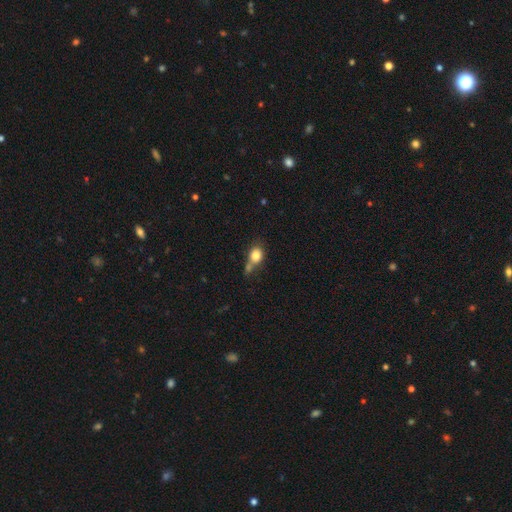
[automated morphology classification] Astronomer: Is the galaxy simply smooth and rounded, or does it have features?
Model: smooth — 80%.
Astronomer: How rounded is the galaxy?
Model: round — 51% (runner-up: in between, 47%).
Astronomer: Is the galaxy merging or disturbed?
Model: none — 39% (runner-up: merger, 33%).